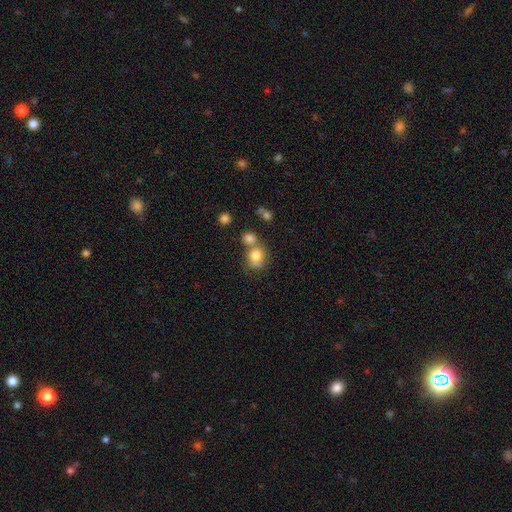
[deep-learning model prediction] Smooth or featured: smooth — 78% (featured or disk — 12%)
How rounded: round — 72% (in between — 27%)
Merging: merger — 44% (none — 38%)